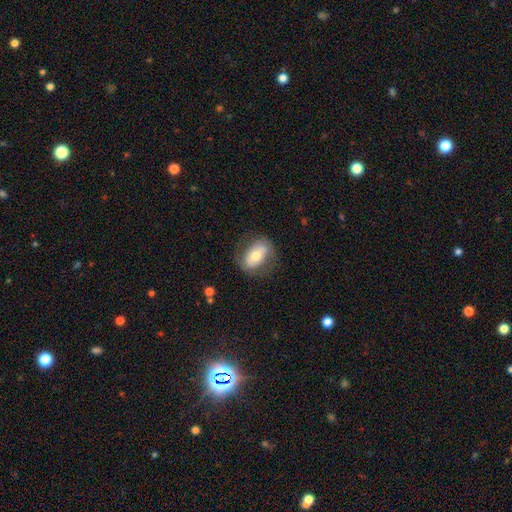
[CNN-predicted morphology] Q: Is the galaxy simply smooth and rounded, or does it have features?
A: smooth — 55%.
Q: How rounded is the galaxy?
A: in between — 85%.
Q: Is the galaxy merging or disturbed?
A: none — 70%.